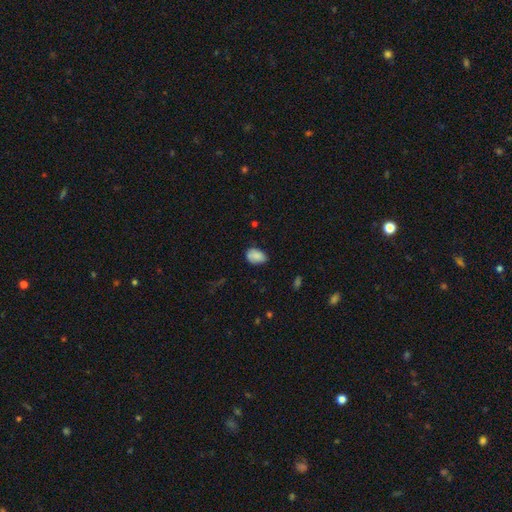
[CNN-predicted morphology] smooth 82%, featured or disk 10%, star or artifact 8%. Down the decision tree: how rounded — in between (85%); merging — none (64%).